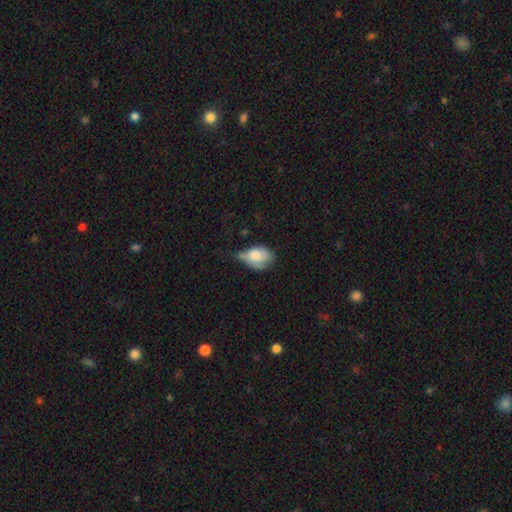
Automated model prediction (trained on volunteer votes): smooth-or-featured: smooth: 70% | featured or disk: 22% | star or artifact: 8%
  how-rounded: in between: 79% | round: 18% | cigar-shaped: 2%
  merging: minor disturbance: 43% | major disturbance: 28% | none: 23% | merger: 6%